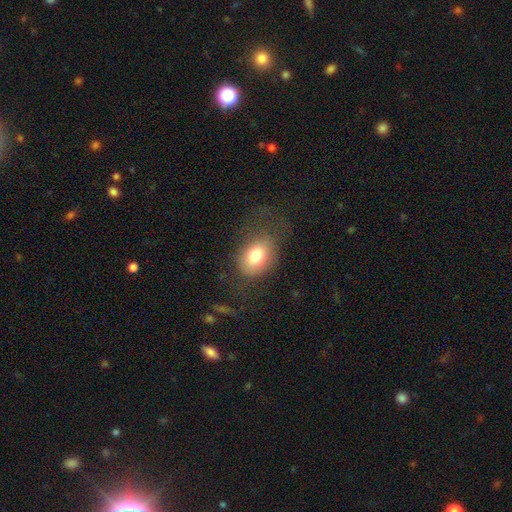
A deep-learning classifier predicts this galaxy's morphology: A smooth galaxy with no disk features (77%) that is in between round and cigar-shaped (71%). Merging: none (60%).